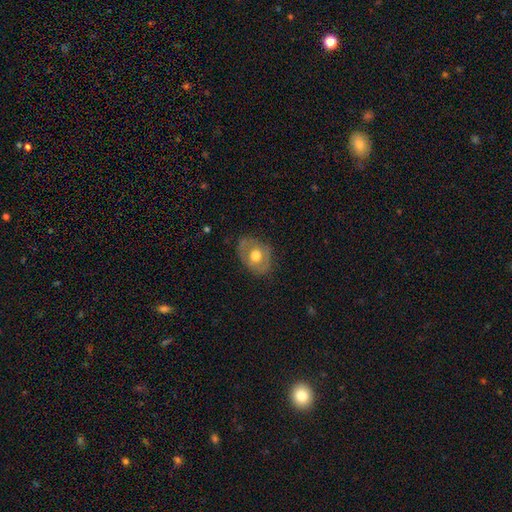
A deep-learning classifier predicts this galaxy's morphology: smooth-or-featured: smooth: 49% | featured or disk: 44% | star or artifact: 7%
  merging: none: 75% | minor disturbance: 19% | major disturbance: 6% | merger: 1%